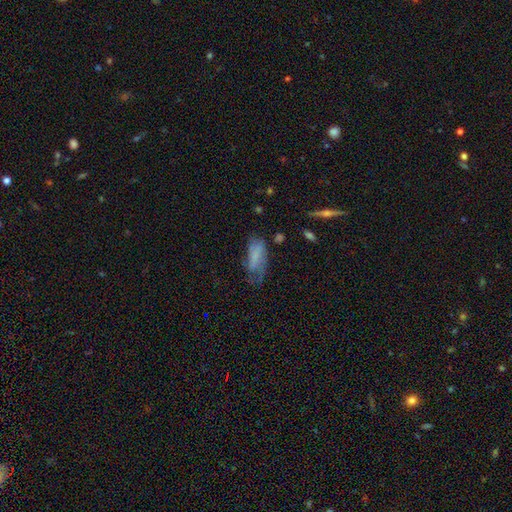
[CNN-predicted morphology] Q: Smooth or featured?
A: smooth (59%); runner-up: featured or disk (31%)
Q: How rounded?
A: in between (80%); runner-up: cigar-shaped (17%)
Q: Merging?
A: none (34%); runner-up: minor disturbance (32%)